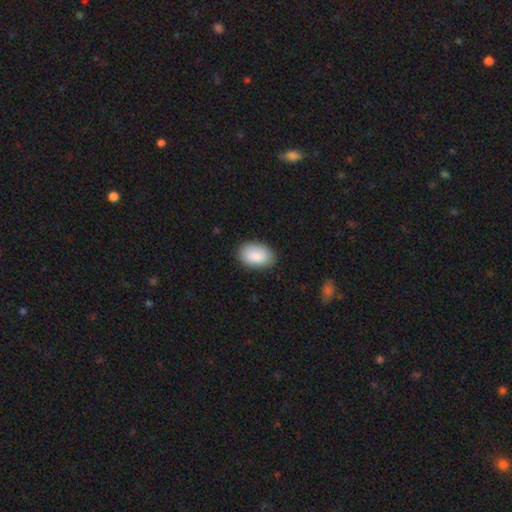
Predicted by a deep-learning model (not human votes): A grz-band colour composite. It shows a smooth galaxy with no disk features (89%) that is in between round and cigar-shaped (93%). Merging: none (86%).